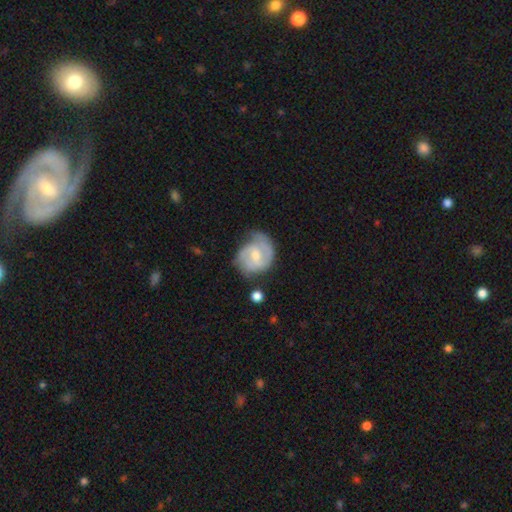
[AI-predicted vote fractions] A featured or disk galaxy (74%) with a weak bar (54%), 2 (64%) medium (45%) spiral arms (91%) and a small central bulge (50%). Merging: none (54%).